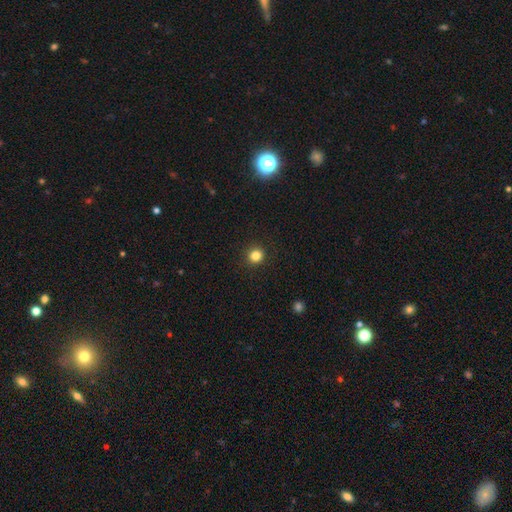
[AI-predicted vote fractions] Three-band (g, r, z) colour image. It shows a smooth galaxy with no disk features (83%) that is round (93%). Merging: none (92%).